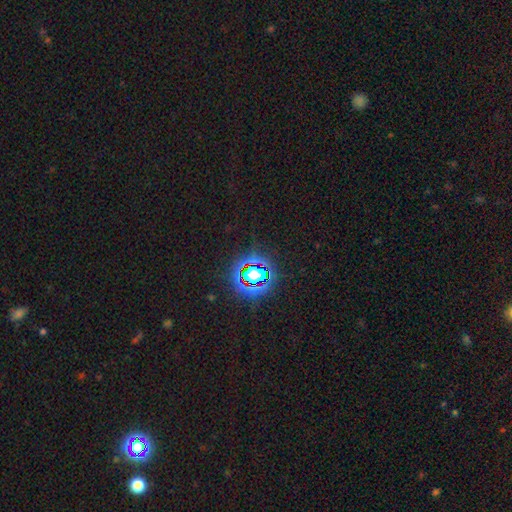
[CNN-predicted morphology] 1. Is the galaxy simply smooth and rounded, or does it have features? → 81% star or artifact, 12% smooth, 7% featured or disk.